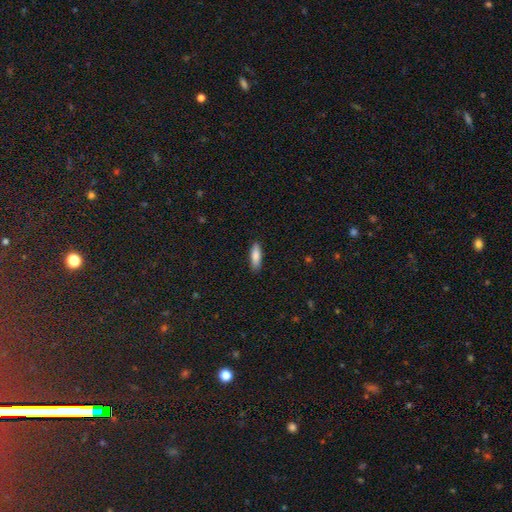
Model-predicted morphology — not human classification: Q: Smooth or featured?
A: smooth (84%); runner-up: featured or disk (10%)
Q: How rounded?
A: in between (50%); runner-up: cigar-shaped (48%)
Q: Merging?
A: none (87%); runner-up: minor disturbance (10%)